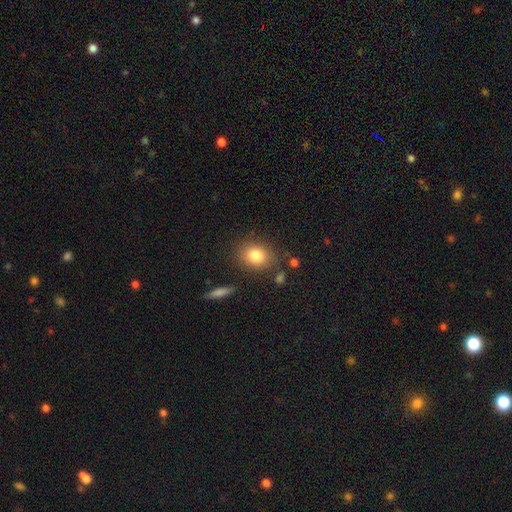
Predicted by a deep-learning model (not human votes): Smooth or featured?
  - smooth: 83% *
  - star or artifact: 9%
  - featured or disk: 8%
How rounded?
  - in between: 53% *
  - round: 45%
  - cigar-shaped: 2%
Merging?
  - none: 81% *
  - minor disturbance: 12%
  - major disturbance: 4%
  - merger: 4%